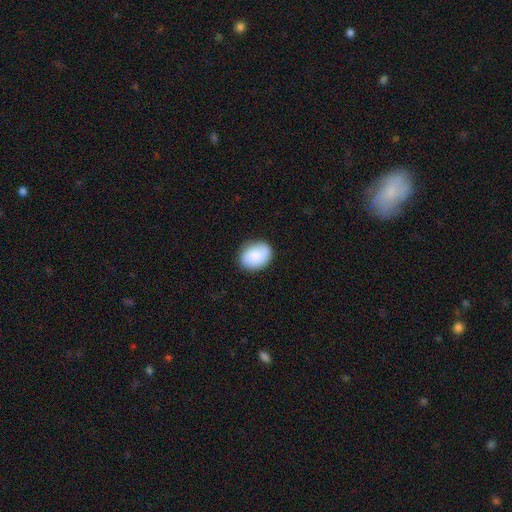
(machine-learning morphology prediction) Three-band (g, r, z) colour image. It shows a smooth galaxy with no disk features (84%) that is in between round and cigar-shaped (65%). Merging: none (83%).